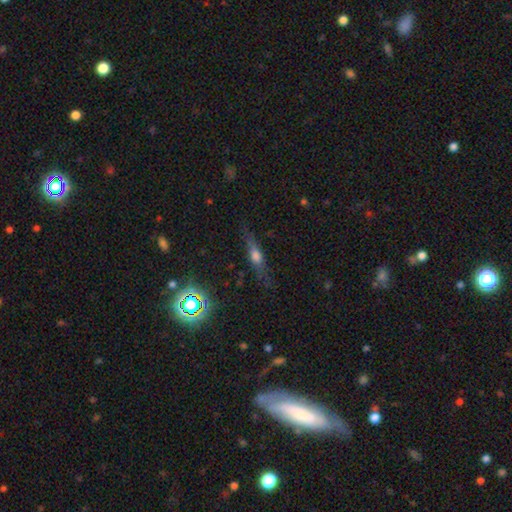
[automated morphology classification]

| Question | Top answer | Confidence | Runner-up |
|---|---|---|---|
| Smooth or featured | featured or disk | 45% | smooth (41%) |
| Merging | none | 74% | minor disturbance (17%) |